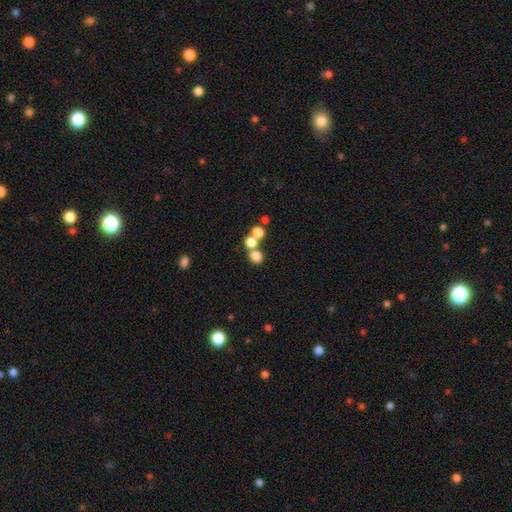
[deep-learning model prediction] smooth-or-featured: smooth: 75% | star or artifact: 16% | featured or disk: 9%
  how-rounded: round: 81% | in between: 18% | cigar-shaped: 1%
  merging: none: 53% | merger: 36% | minor disturbance: 7% | major disturbance: 4%